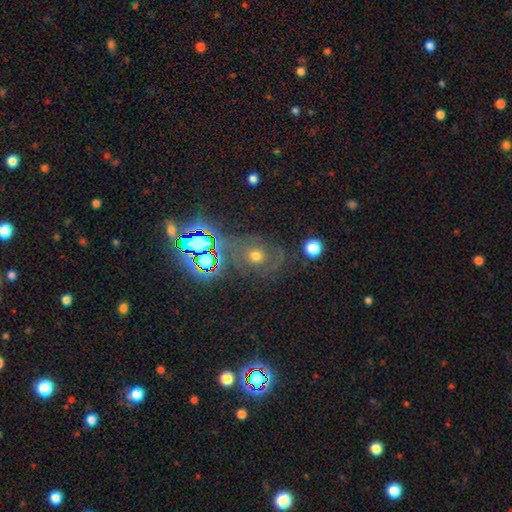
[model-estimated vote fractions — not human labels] This is marginally a featured or disk galaxy (43%). Merging: likely none (63%).